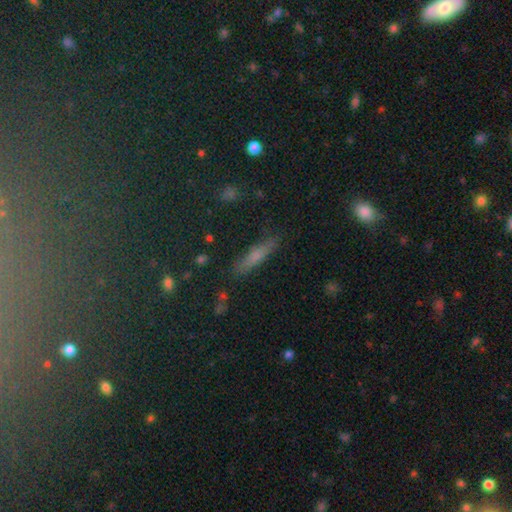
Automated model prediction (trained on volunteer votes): Smooth or featured? smooth (58%)
How rounded? cigar-shaped (84%)
Merging? none (85%)